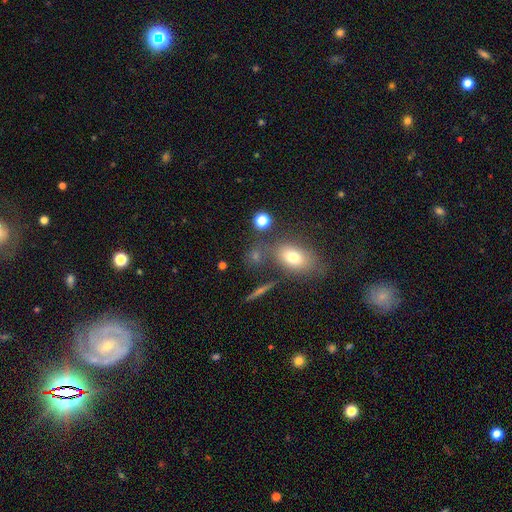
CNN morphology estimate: This appears to be a smooth galaxy with no disk features (62%) that is round (45%). Merging: none (68%).